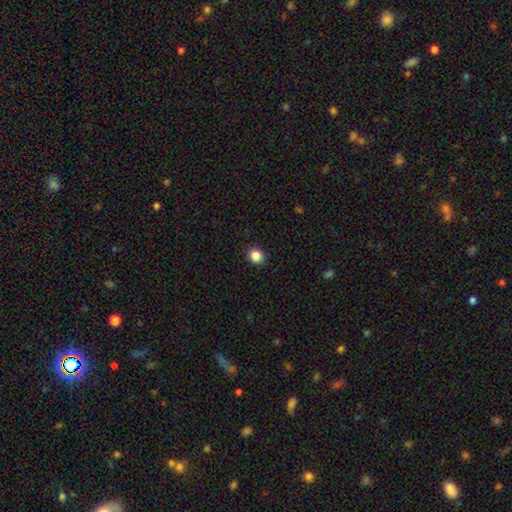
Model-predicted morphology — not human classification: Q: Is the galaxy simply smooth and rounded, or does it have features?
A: smooth — 86%.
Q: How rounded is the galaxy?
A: round — 85%.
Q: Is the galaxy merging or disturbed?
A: none — 92%.